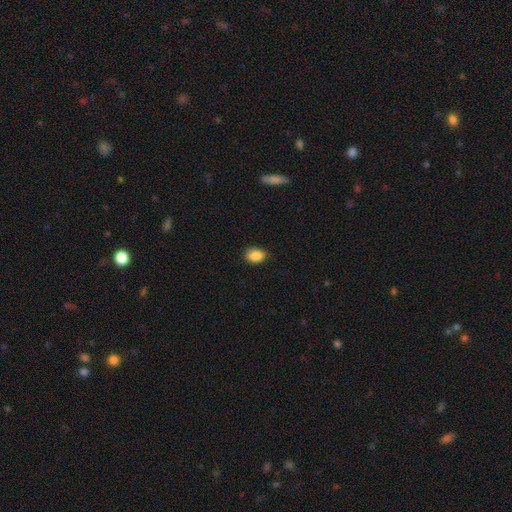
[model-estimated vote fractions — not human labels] Smooth or featured? Predicted: smooth (p=0.88). How rounded? Predicted: in between (p=0.72). Merging? Predicted: none (p=0.79).